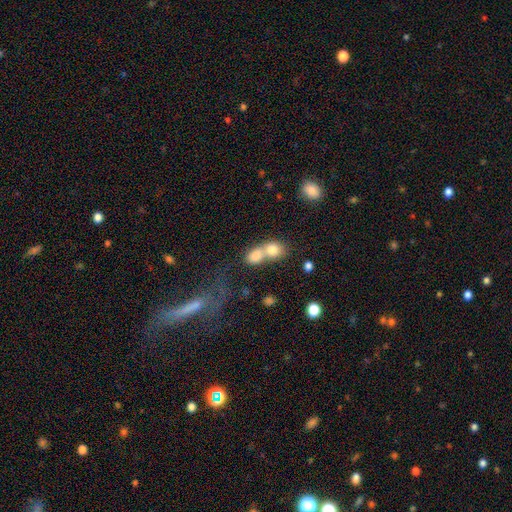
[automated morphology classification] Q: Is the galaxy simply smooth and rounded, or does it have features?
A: smooth — 76%.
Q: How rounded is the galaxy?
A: in between — 50%.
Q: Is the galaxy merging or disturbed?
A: merger — 73%.